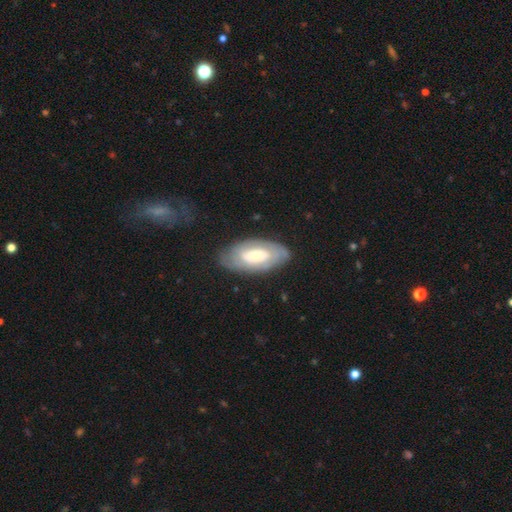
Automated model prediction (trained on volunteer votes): Smooth or featured: featured or disk — 51% (smooth — 43%)
Edge-on disk: no — 90% (yes — 10%)
Merging: none — 73% (minor disturbance — 19%)